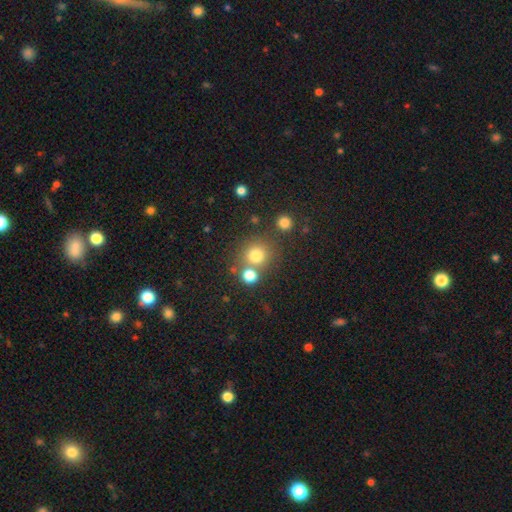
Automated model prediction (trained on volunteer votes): Smooth or featured?
  - smooth: 76% *
  - star or artifact: 16%
  - featured or disk: 8%
How rounded?
  - round: 90% *
  - in between: 9%
  - cigar-shaped: 1%
Merging?
  - none: 67% *
  - merger: 20%
  - minor disturbance: 9%
  - major disturbance: 4%